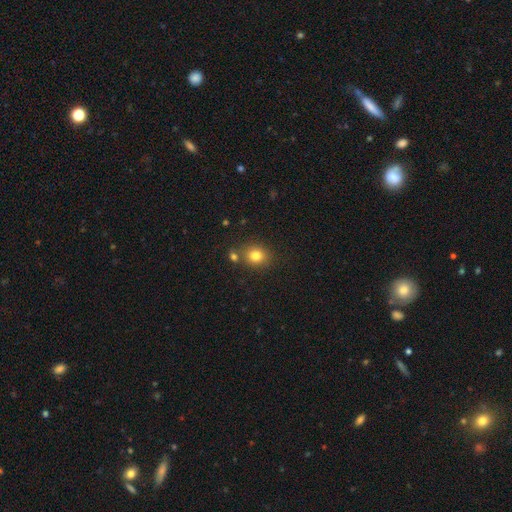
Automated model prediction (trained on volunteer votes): This appears to be a smooth galaxy with no disk features (80%) that is round (67%). Merging: none (72%).